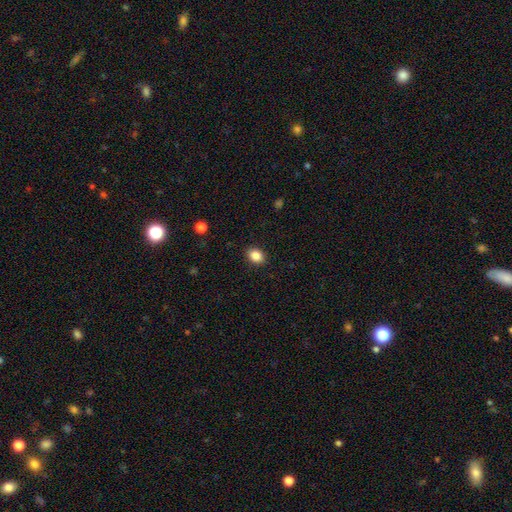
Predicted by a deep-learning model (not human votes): Smooth or featured? Predicted: smooth (p=0.86). How rounded? Predicted: in between (p=0.60). Merging? Predicted: none (p=0.90).